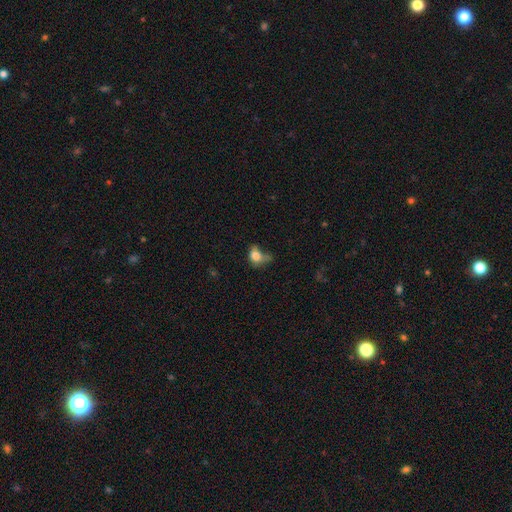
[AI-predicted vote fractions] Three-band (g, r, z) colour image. It shows a smooth galaxy with no disk features (70%) that is in between round and cigar-shaped (63%). Merging: major disturbance (35%).